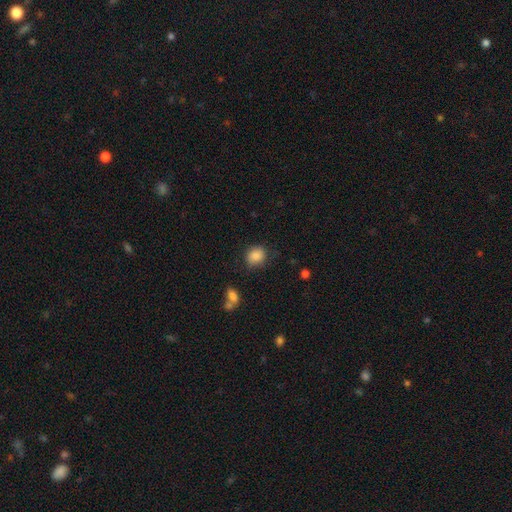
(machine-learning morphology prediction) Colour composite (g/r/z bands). It shows a smooth galaxy with no disk features (87%) that is round (58%). Merging: none (77%).